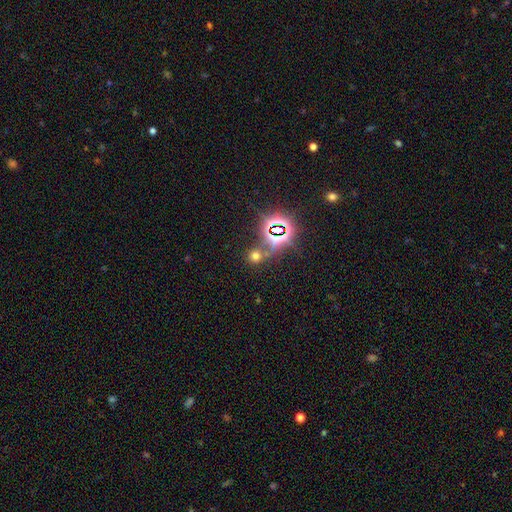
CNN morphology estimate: Smooth or featured: smooth — 49% (star or artifact — 43%)
Merging: none — 67% (merger — 19%)